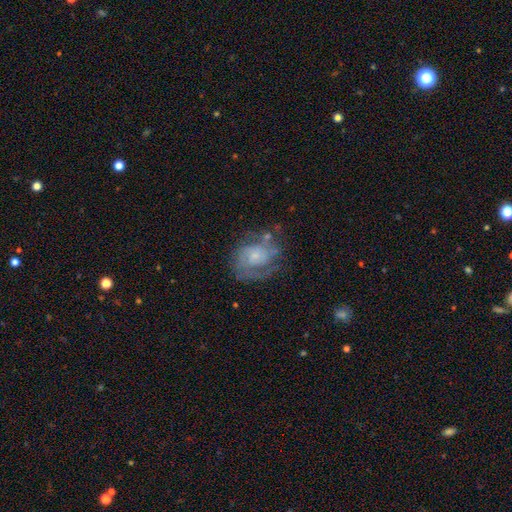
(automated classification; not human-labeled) Smooth or featured: featured or disk — 72% (smooth — 21%)
Edge-on disk: no — 98% (yes — 2%)
Bar: no — 72% (weak — 24%)
Spiral arms: yes — 83% (no — 17%)
Spiral winding: tight — 43% (medium — 40%)
Spiral arm count: 2 — 45% (can't tell — 28%)
Bulge size: small — 63% (moderate — 23%)
Merging: none — 55% (minor disturbance — 22%)